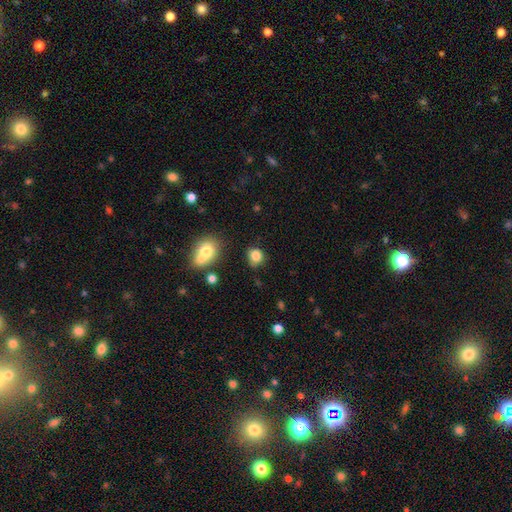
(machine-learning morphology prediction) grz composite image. It shows a smooth galaxy with no disk features (83%) that is round (71%). Merging: none (69%).